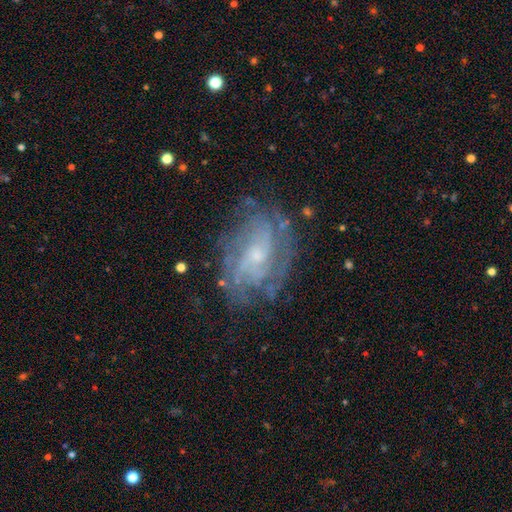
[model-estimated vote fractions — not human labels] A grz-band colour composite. It shows a featured or disk galaxy (80%) with no bar (62%), tight (53%) spiral arms (87%) and a small central bulge (62%). Merging: none (70%).